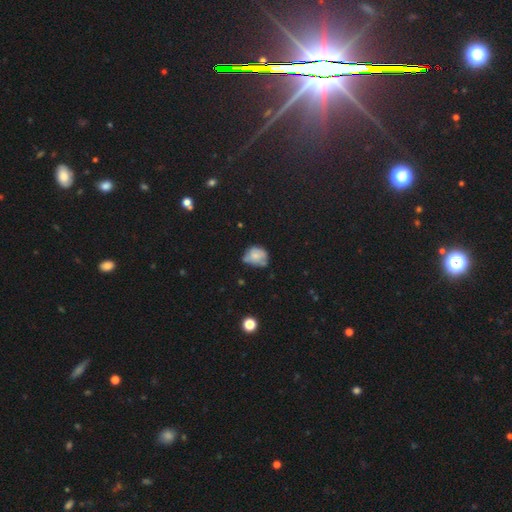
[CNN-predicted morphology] smooth_or_featured: smooth (p=0.62) [alt: featured or disk p=0.26]
how_rounded: round (p=0.52) [alt: in between p=0.47]
merging: minor disturbance (p=0.42) [alt: none p=0.38]